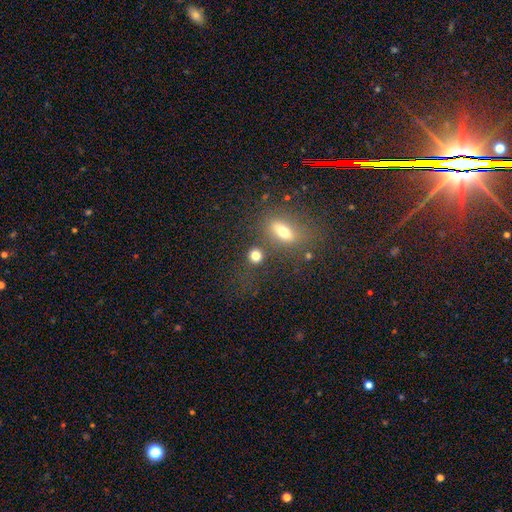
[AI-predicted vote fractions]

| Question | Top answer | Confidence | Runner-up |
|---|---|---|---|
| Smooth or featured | smooth | 78% | star or artifact (14%) |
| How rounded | round | 82% | in between (15%) |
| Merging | none | 73% | merger (12%) |